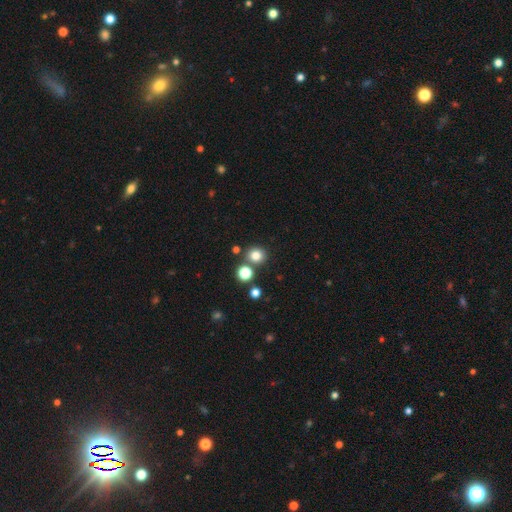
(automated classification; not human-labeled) smooth_or_featured: smooth (p=0.80) [alt: star or artifact p=0.15]
how_rounded: round (p=0.86) [alt: in between p=0.13]
merging: none (p=0.78) [alt: merger p=0.12]